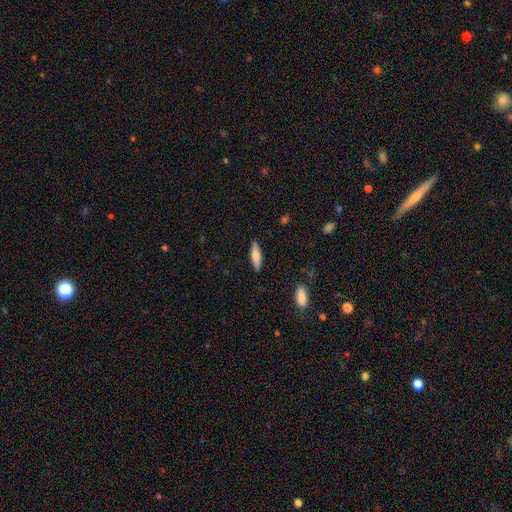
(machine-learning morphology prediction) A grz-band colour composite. It shows a smooth galaxy with no disk features (67%) that is cigar-shaped (62%). Merging: none (89%).